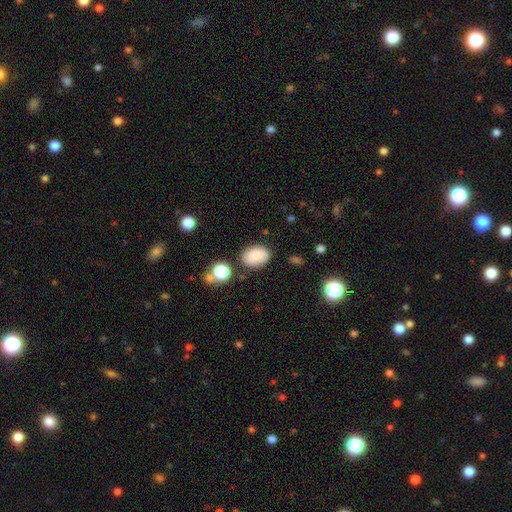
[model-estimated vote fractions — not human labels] smooth_or_featured: smooth (p=0.81) [alt: star or artifact p=0.10]
how_rounded: in between (p=0.82) [alt: round p=0.17]
merging: none (p=0.79) [alt: minor disturbance p=0.13]